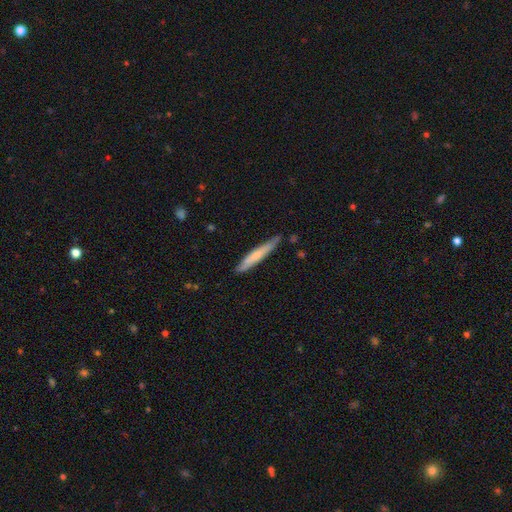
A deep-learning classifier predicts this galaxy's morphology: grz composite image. It shows a smooth galaxy with no disk features (60%) that is cigar-shaped (95%). Merging: none (81%).